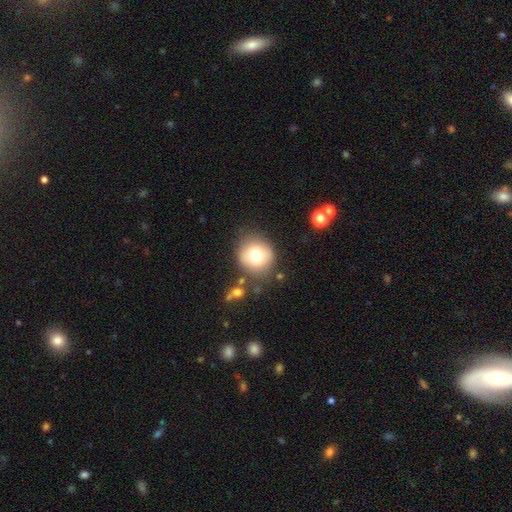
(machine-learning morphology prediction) This is likely a smooth galaxy (74%). How rounded: clearly round (83%). Merging: likely none (79%).